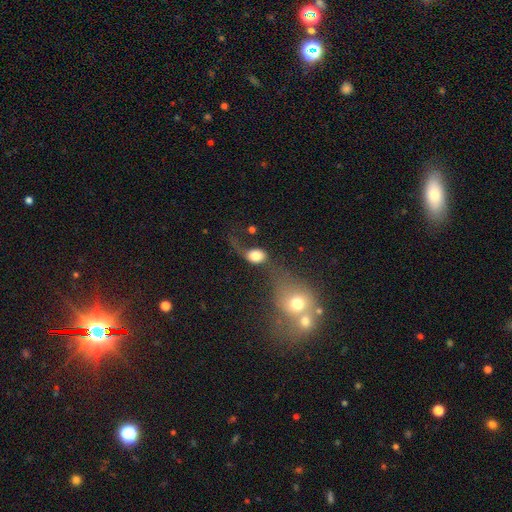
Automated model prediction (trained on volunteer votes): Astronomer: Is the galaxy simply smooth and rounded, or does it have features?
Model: smooth — 64%.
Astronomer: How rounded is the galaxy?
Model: in between — 62%.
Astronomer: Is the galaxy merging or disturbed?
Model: major disturbance — 37% (runner-up: none, 25%).